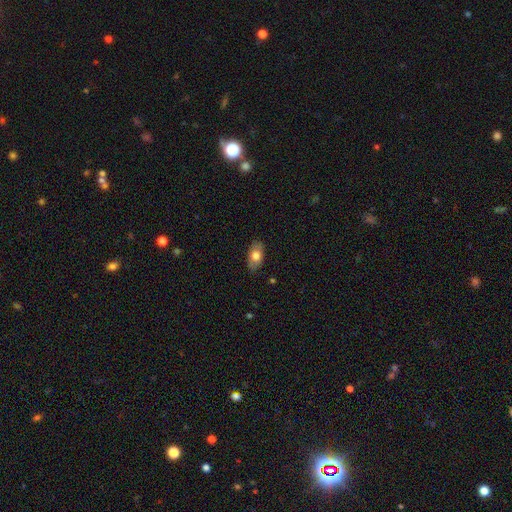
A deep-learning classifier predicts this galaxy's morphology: smooth 71%, featured or disk 23%, star or artifact 6%. Down the decision tree: how rounded — in between (92%); merging — none (82%).